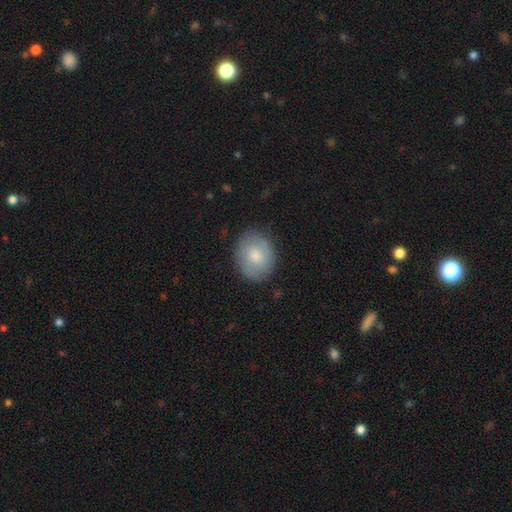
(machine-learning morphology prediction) Smooth or featured? Predicted: smooth (p=0.70). How rounded? Predicted: round (p=0.50). Merging? Predicted: none (p=0.82).